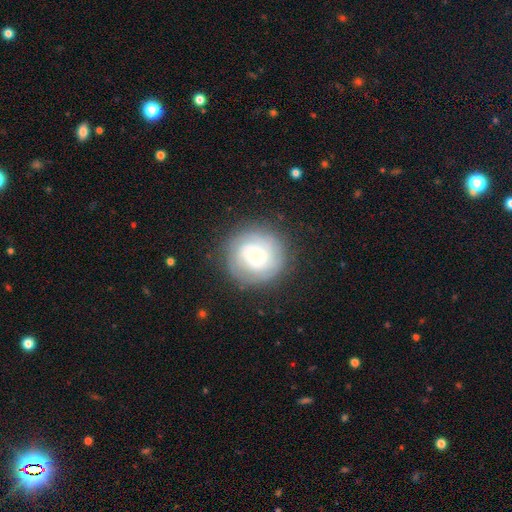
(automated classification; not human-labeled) This is possibly a featured or disk galaxy (59%). It is clearly not viewed edge-on (97%). Bar: likely no (77%). Spiral arm pattern: likely yes (78%). Central bulge: possibly small (50%). Merging: clearly none (82%).